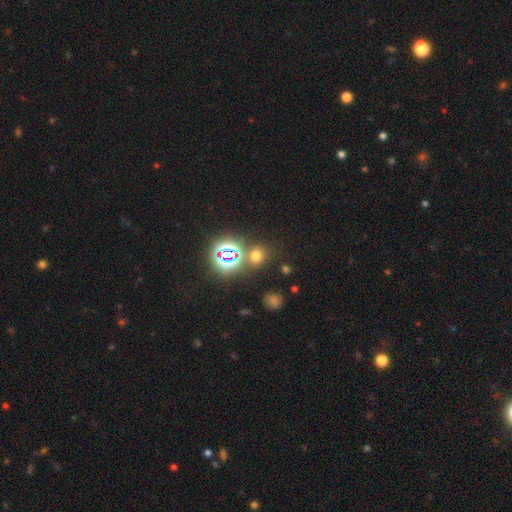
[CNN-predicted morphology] Smooth or featured? smooth (53%)
How rounded? round (61%)
Merging? none (77%)